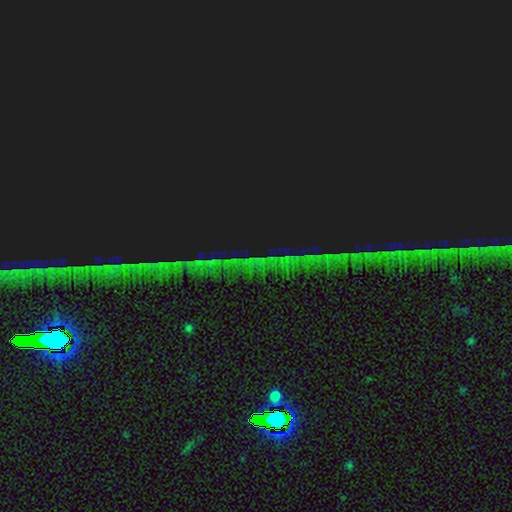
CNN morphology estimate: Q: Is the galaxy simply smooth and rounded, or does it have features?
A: star or artifact — 85%.